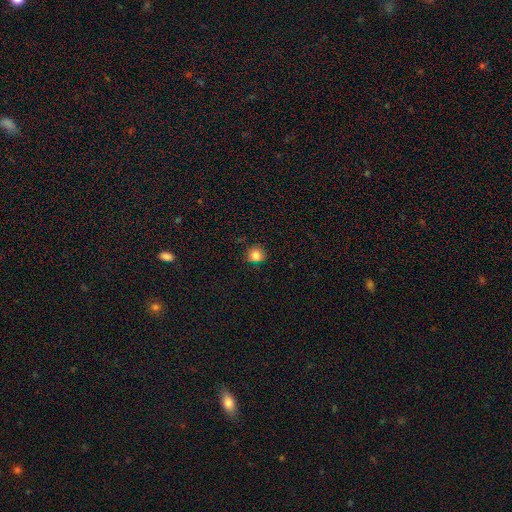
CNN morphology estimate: Smooth or featured: smooth — 83% (star or artifact — 12%)
How rounded: round — 84% (in between — 15%)
Merging: none — 79% (minor disturbance — 15%)